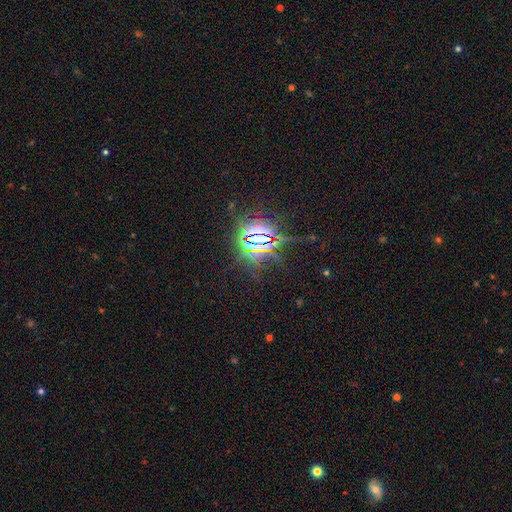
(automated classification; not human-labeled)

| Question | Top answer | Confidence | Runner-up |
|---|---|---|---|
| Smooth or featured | star or artifact | 86% | featured or disk (7%) |